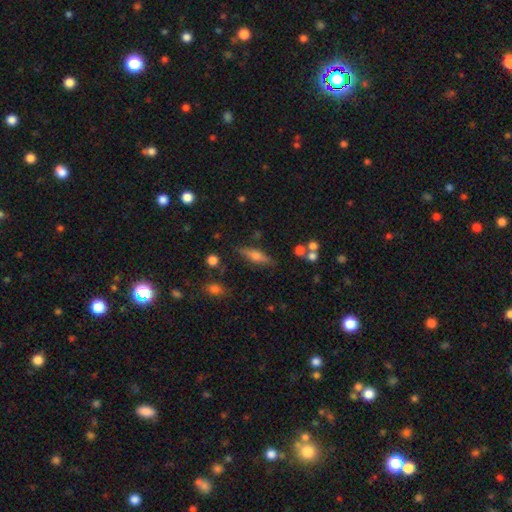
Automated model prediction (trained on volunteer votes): Smooth or featured? Predicted: smooth (p=0.52). How rounded? Predicted: cigar-shaped (p=0.55). Merging? Predicted: none (p=0.79).